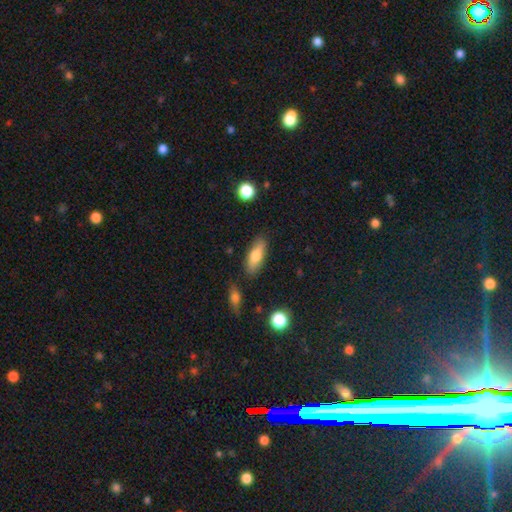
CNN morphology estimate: Smooth or featured?
  - smooth: 72% *
  - featured or disk: 22%
  - star or artifact: 7%
How rounded?
  - in between: 66% *
  - cigar-shaped: 31%
  - round: 3%
Merging?
  - none: 83% *
  - minor disturbance: 11%
  - merger: 3%
  - major disturbance: 2%